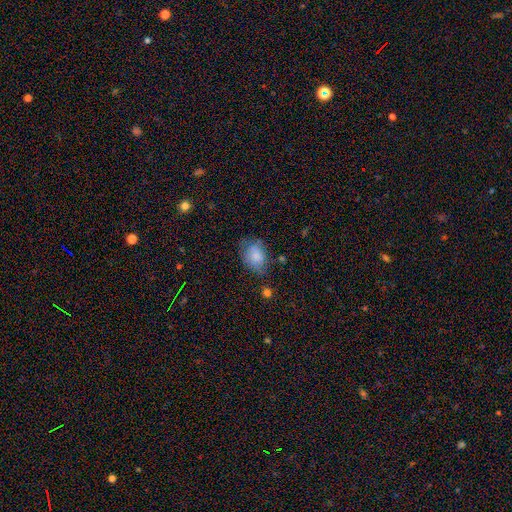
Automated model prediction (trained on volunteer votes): Smooth or featured? Predicted: smooth (p=0.78). How rounded? Predicted: in between (p=0.76). Merging? Predicted: none (p=0.55).